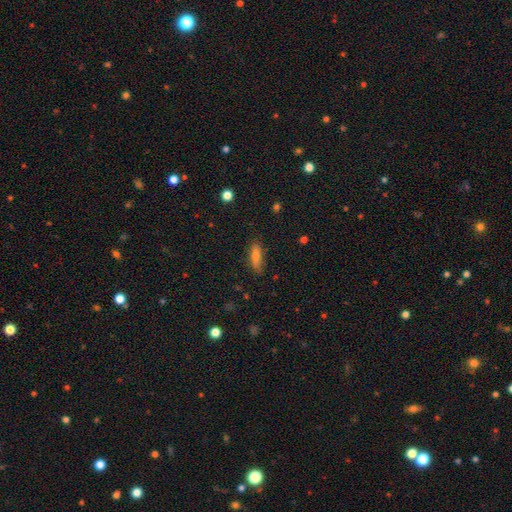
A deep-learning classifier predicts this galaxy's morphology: smooth_or_featured: smooth (p=0.64) [alt: featured or disk p=0.26]
how_rounded: cigar-shaped (p=0.55) [alt: in between p=0.42]
merging: none (p=0.83) [alt: minor disturbance p=0.13]